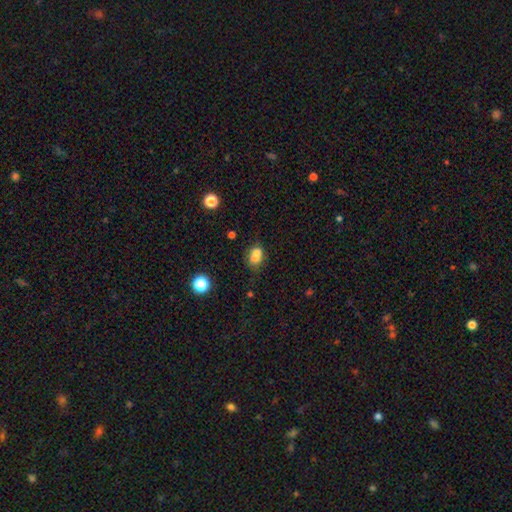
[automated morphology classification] Overall: smooth (72%). How rounded: in between (57%; round 41%). Merging: merger (42%; none 39%).